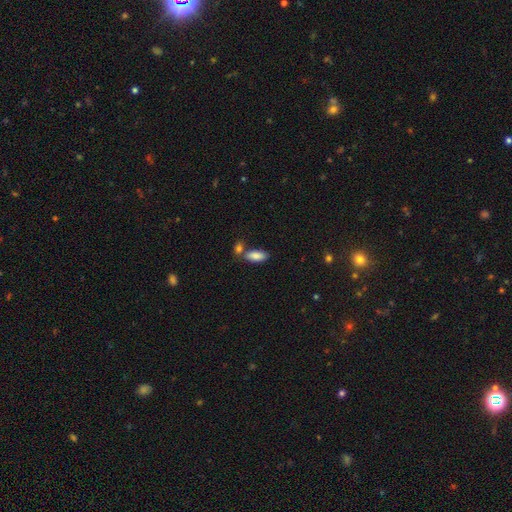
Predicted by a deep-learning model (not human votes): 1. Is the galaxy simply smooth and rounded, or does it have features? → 86% smooth, 8% featured or disk, 7% star or artifact.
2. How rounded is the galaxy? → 86% in between, 12% cigar-shaped, 2% round.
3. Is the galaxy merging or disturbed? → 60% none, 24% merger, 12% minor disturbance, 3% major disturbance.